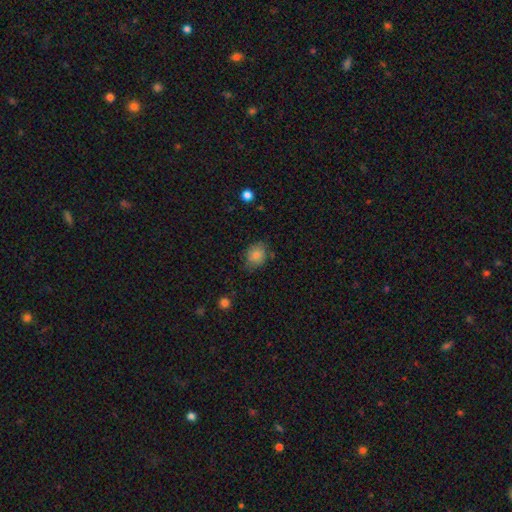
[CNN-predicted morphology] Smooth or featured: smooth — 81% (star or artifact — 10%)
How rounded: round — 59% (in between — 41%)
Merging: none — 72% (minor disturbance — 21%)